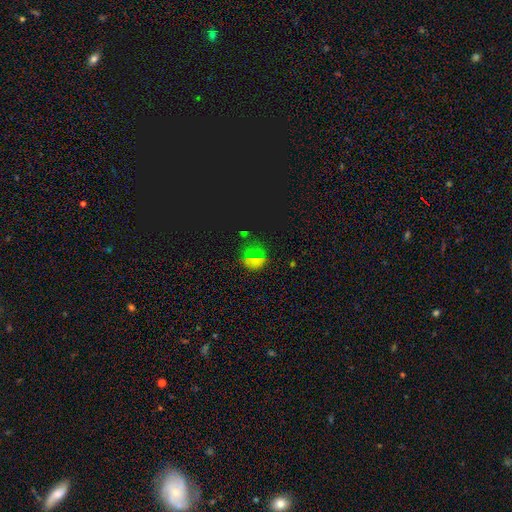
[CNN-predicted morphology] A star or artifact, not a galaxy (53%).